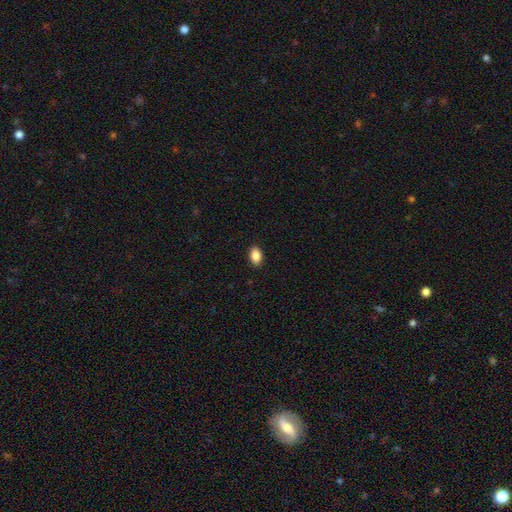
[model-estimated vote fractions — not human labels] A smooth galaxy with no disk features (87%) that is in between round and cigar-shaped (88%).

Vote fractions:
- Smooth or featured? smooth: 87% / star or artifact: 8% / featured or disk: 5%
- How rounded? in between: 88% / round: 10% / cigar-shaped: 1%
- Merging? none: 90% / minor disturbance: 7% / major disturbance: 2% / merger: 1%